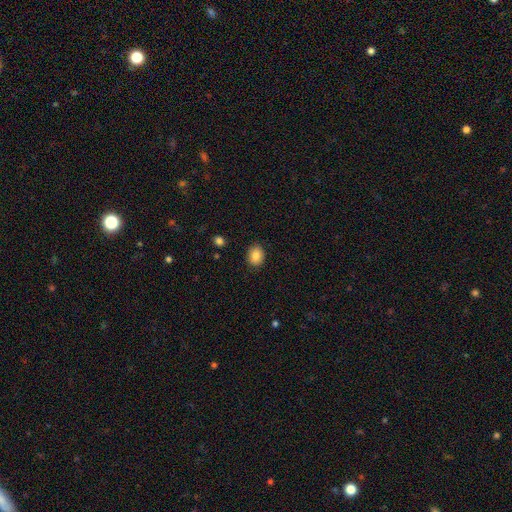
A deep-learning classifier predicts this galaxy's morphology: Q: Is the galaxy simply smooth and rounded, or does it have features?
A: smooth — 86%.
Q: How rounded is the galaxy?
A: in between — 58%.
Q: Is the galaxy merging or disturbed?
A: none — 89%.